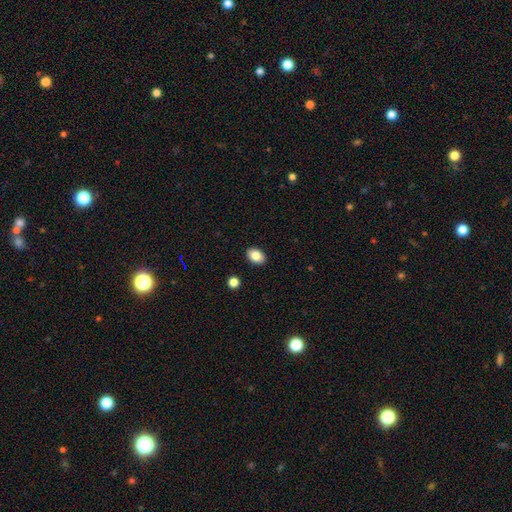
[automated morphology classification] This is clearly a smooth galaxy (85%). How rounded: clearly in between (83%). Merging: clearly none (90%).